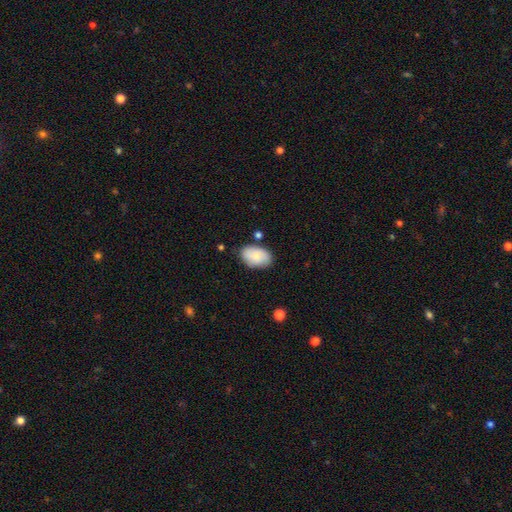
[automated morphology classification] A smooth galaxy with no disk features (80%) that is in between round and cigar-shaped (91%).

Vote fractions:
- Smooth or featured? smooth: 80% / featured or disk: 13% / star or artifact: 7%
- How rounded? in between: 91% / round: 7% / cigar-shaped: 1%
- Merging? none: 75% / minor disturbance: 17% / merger: 4% / major disturbance: 4%